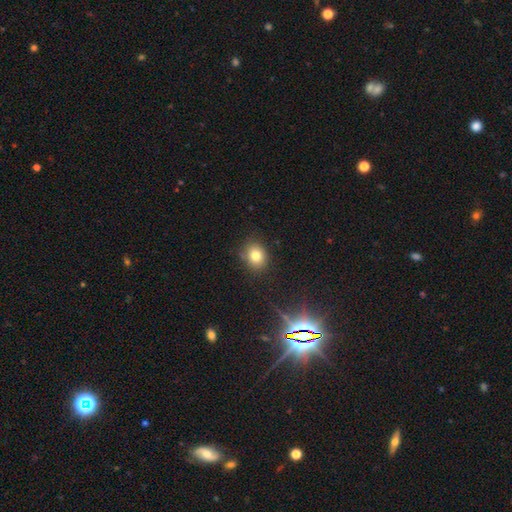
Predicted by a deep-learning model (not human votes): This is likely a smooth galaxy (78%). How rounded: likely round (60%). Merging: clearly none (83%).